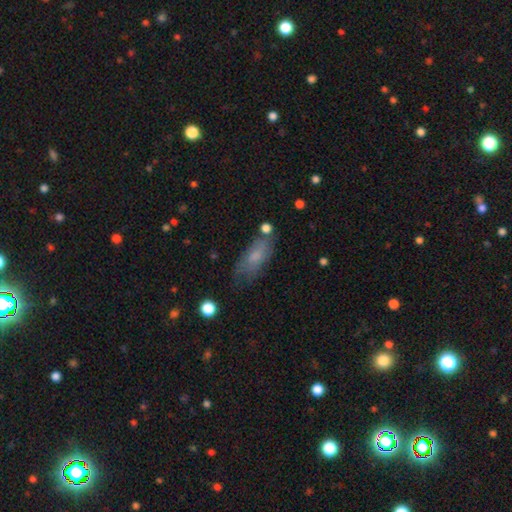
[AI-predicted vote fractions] A smooth galaxy with no disk features (68%) that is in between round and cigar-shaped (80%). Merging: none (59%).